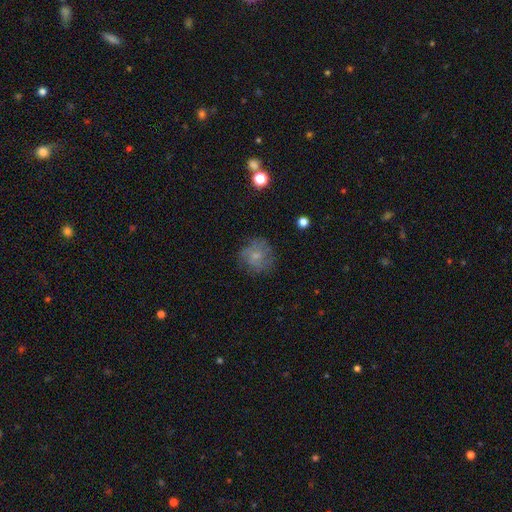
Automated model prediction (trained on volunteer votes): This is possibly a smooth galaxy (55%). How rounded: clearly round (84%). Merging: likely none (68%).